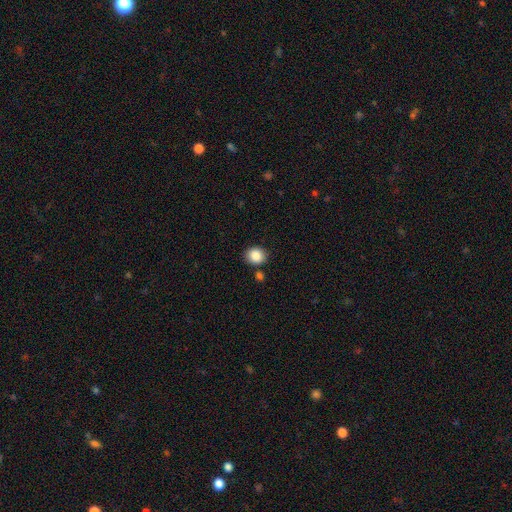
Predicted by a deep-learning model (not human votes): Smooth or featured?
  - smooth: 87% *
  - star or artifact: 9%
  - featured or disk: 4%
How rounded?
  - round: 73% *
  - in between: 26%
  - cigar-shaped: 1%
Merging?
  - none: 82% *
  - minor disturbance: 10%
  - merger: 6%
  - major disturbance: 3%